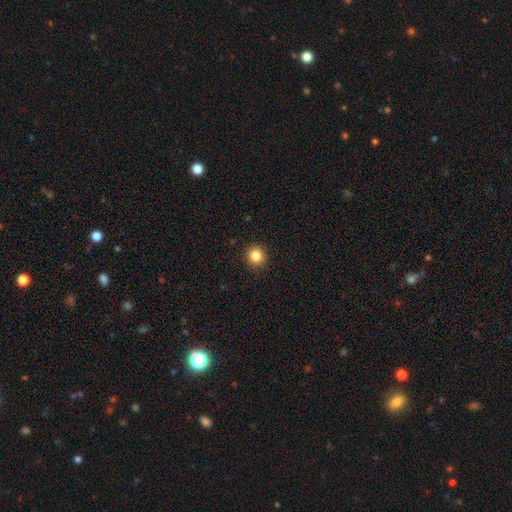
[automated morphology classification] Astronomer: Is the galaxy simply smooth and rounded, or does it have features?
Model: smooth — 85%.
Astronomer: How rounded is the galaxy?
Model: round — 91%.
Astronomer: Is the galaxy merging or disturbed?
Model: none — 92%.